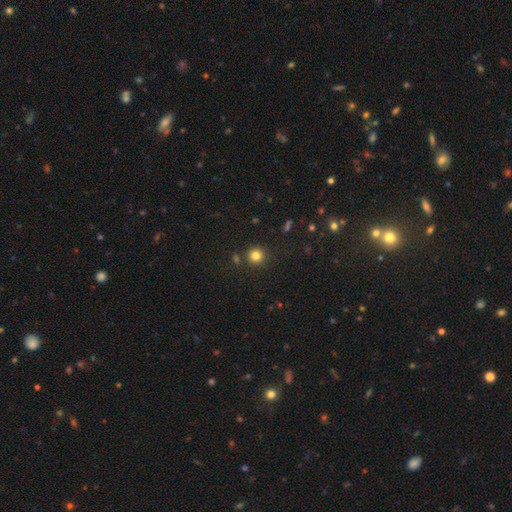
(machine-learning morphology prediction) smooth 80%, star or artifact 15%, featured or disk 5%. Down the decision tree: how rounded — round (95%); merging — none (87%).